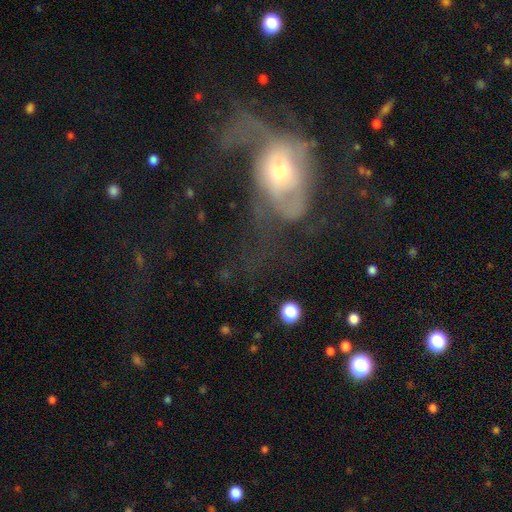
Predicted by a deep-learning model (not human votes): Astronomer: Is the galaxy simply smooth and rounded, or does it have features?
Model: featured or disk — 53% (runner-up: smooth, 33%).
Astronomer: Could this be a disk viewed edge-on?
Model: no — 93%.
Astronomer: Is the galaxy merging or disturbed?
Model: major disturbance — 59%.